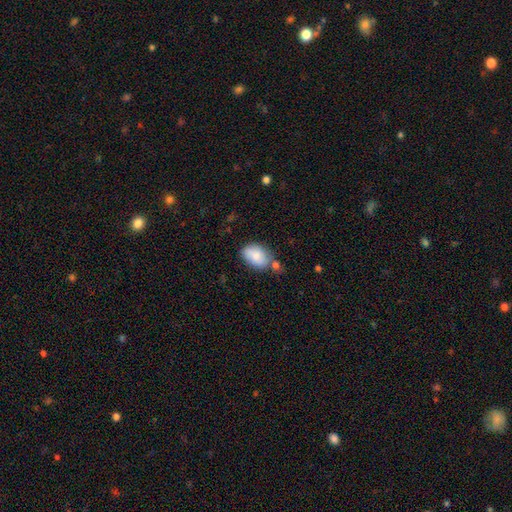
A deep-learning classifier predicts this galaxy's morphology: smooth-or-featured: smooth: 83% | featured or disk: 11% | star or artifact: 7%
  how-rounded: in between: 89% | round: 10% | cigar-shaped: 1%
  merging: none: 59% | minor disturbance: 21% | merger: 15% | major disturbance: 5%